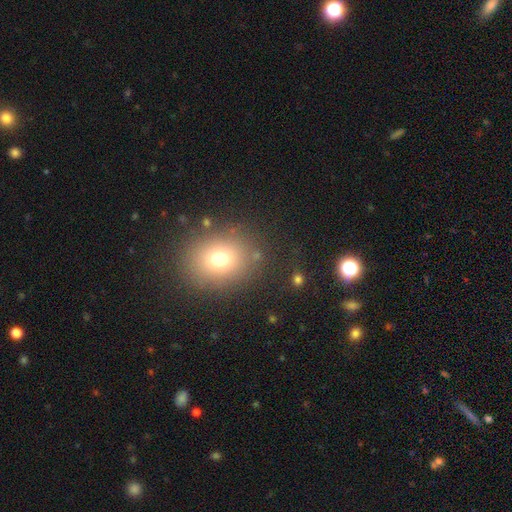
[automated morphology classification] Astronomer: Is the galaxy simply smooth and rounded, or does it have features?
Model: smooth — 72%.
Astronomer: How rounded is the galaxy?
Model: round — 65%.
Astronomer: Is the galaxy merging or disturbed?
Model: none — 83%.